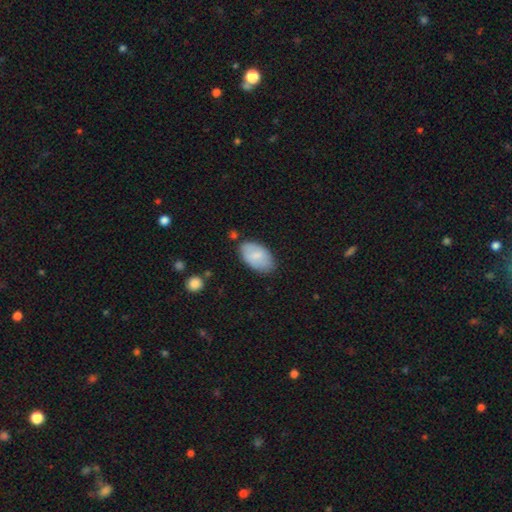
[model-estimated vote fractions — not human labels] A smooth galaxy with no disk features (75%) that is in between round and cigar-shaped (94%).

Vote fractions:
- Smooth or featured? smooth: 75% / featured or disk: 19% / star or artifact: 6%
- How rounded? in between: 94% / round: 4% / cigar-shaped: 2%
- Merging? none: 76% / minor disturbance: 18% / major disturbance: 3% / merger: 3%